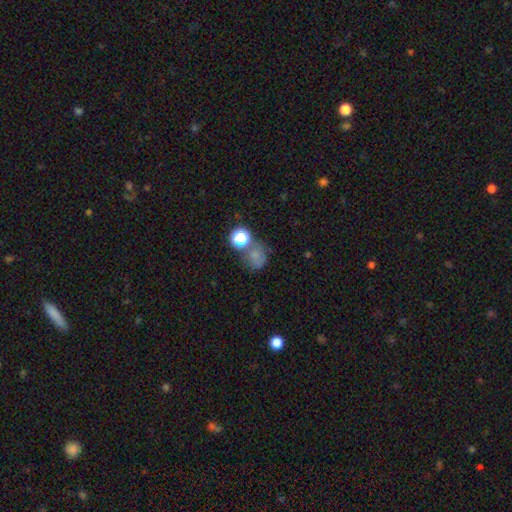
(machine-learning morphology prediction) Q: Smooth or featured?
A: smooth (64%); runner-up: star or artifact (24%)
Q: How rounded?
A: round (71%); runner-up: in between (28%)
Q: Merging?
A: none (46%); runner-up: merger (25%)